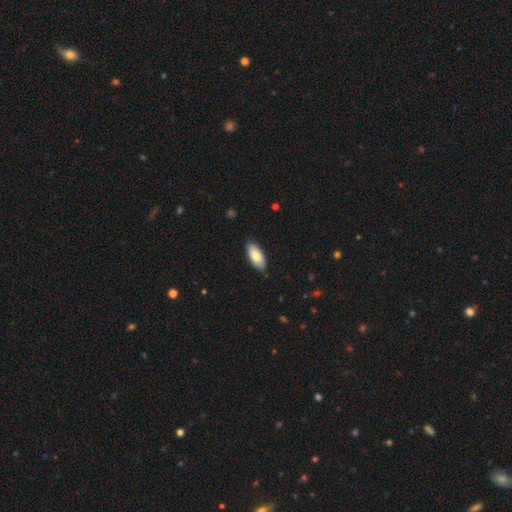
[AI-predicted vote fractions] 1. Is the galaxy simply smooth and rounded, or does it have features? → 78% smooth, 16% featured or disk, 6% star or artifact.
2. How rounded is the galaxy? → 87% in between, 11% cigar-shaped, 2% round.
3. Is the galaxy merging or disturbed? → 86% none, 12% minor disturbance, 2% major disturbance, 1% merger.